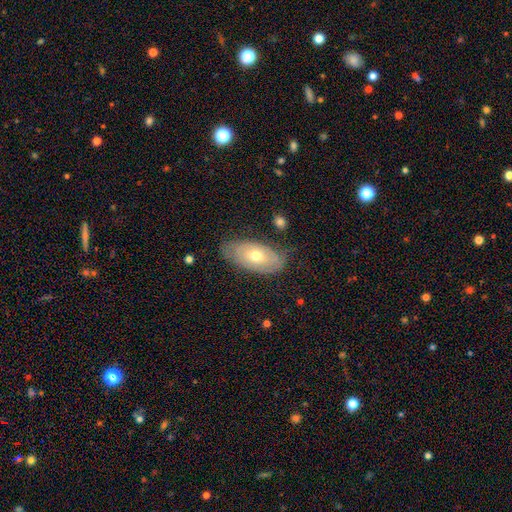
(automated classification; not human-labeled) The model was most divided on "smooth or featured": featured or disk: 53%, smooth: 39%, star or artifact: 8%. More confident: edge-on disk — no (86%); merging — none (74%).